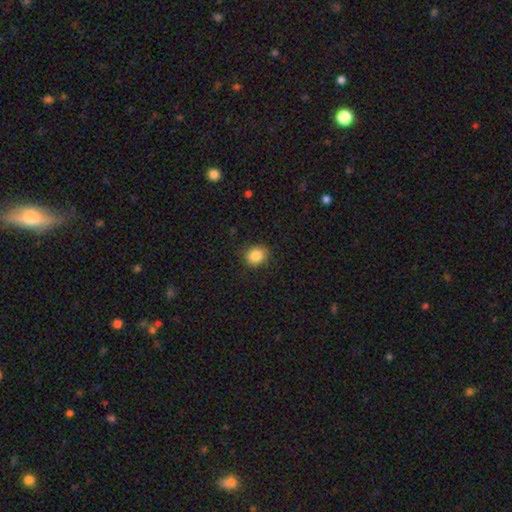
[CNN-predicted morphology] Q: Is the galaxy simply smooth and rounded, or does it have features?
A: smooth — 86%.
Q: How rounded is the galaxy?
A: round — 65%.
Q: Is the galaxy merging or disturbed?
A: none — 87%.